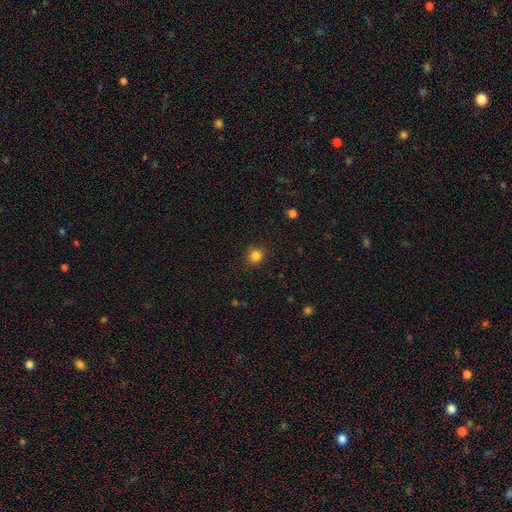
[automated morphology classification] Overall: smooth (84%). How rounded: round (86%). Merging: none (87%).